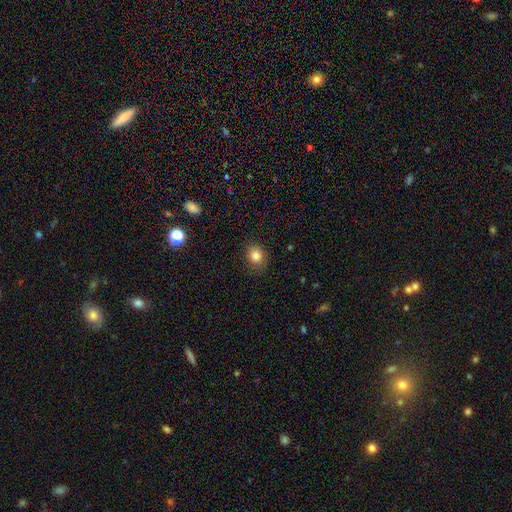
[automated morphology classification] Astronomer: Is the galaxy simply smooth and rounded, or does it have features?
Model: smooth — 83%.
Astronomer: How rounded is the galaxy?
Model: round — 69%.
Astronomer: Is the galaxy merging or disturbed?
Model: none — 83%.